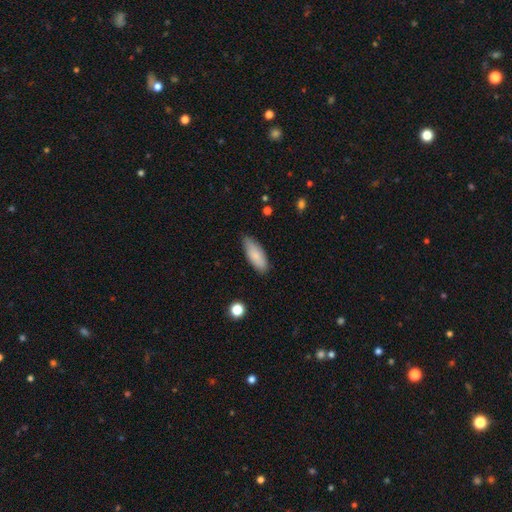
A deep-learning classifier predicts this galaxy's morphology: A smooth galaxy with no disk features (84%) that is in between round and cigar-shaped (69%).

Vote fractions:
- Smooth or featured? smooth: 84% / featured or disk: 10% / star or artifact: 6%
- How rounded? in between: 69% / cigar-shaped: 29% / round: 2%
- Merging? none: 80% / minor disturbance: 17% / major disturbance: 2% / merger: 1%